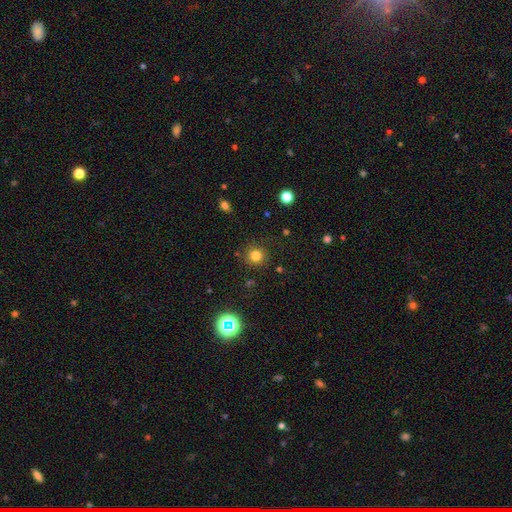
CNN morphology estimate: Smooth or featured? smooth (78%)
How rounded? round (93%)
Merging? none (87%)